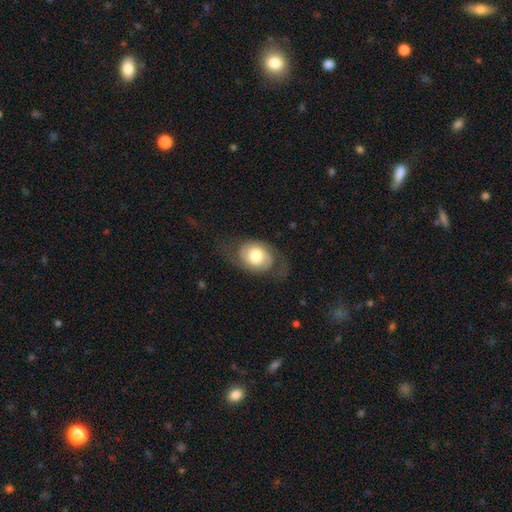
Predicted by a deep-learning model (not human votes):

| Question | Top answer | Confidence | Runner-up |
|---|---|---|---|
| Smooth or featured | featured or disk | 61% | smooth (32%) |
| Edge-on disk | no | 96% | yes (4%) |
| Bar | no | 75% | weak (20%) |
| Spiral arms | yes | 86% | no (14%) |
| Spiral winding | medium | 41% | tight (29%) |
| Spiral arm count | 2 | 85% | can't tell (7%) |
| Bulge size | moderate | 59% | large (23%) |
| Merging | none | 63% | minor disturbance (19%) |